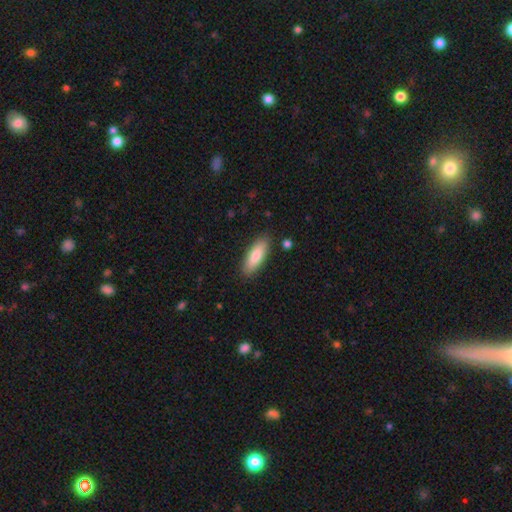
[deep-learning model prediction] A smooth galaxy with no disk features (83%) that is in between round and cigar-shaped (56%).

Vote fractions:
- Smooth or featured? smooth: 83% / featured or disk: 11% / star or artifact: 5%
- How rounded? in between: 56% / cigar-shaped: 43% / round: 2%
- Merging? none: 87% / minor disturbance: 9% / major disturbance: 2% / merger: 2%